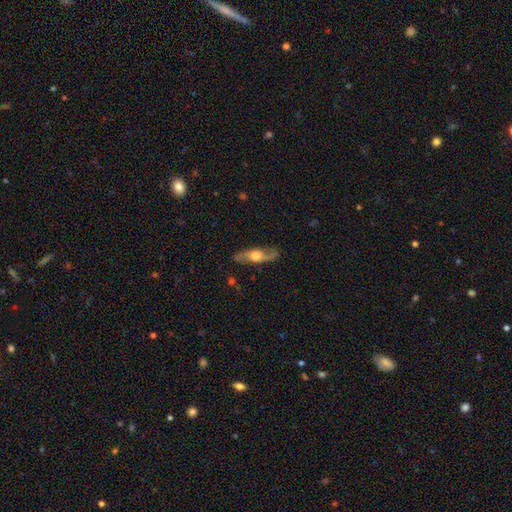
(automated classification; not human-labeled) Morphology: type=featured or disk (65%); edge-on=yes (51%); merging=none (81%).